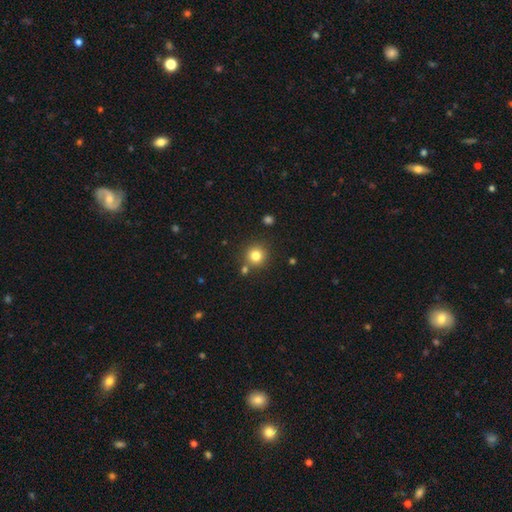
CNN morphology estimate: The model was most divided on "smooth or featured": smooth: 81%, star or artifact: 13%, featured or disk: 7%. More confident: how rounded — round (93%); merging — none (80%).